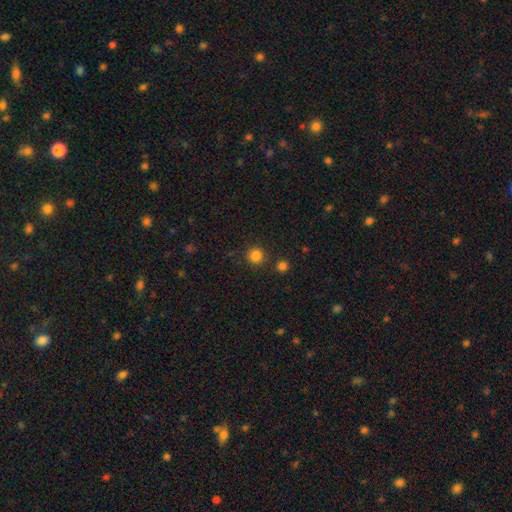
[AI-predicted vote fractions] The model was most divided on "smooth or featured": smooth: 84%, star or artifact: 13%, featured or disk: 3%. More confident: how rounded — round (94%); merging — none (86%).